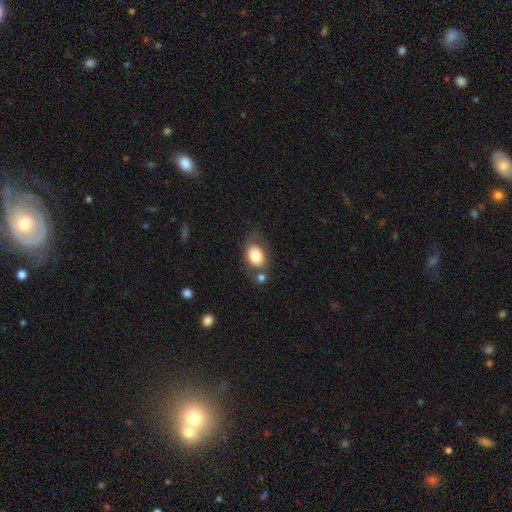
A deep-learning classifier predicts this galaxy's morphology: Smooth or featured? Predicted: smooth (p=0.79). How rounded? Predicted: in between (p=0.76). Merging? Predicted: none (p=0.59).